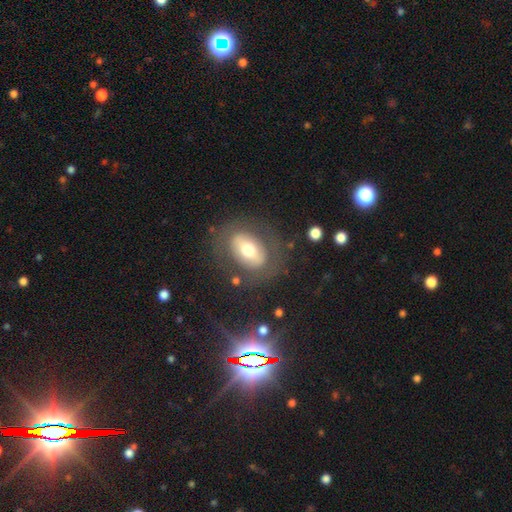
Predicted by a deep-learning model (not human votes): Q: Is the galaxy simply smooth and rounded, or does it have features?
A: featured or disk — 46%.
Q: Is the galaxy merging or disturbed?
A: none — 76%.